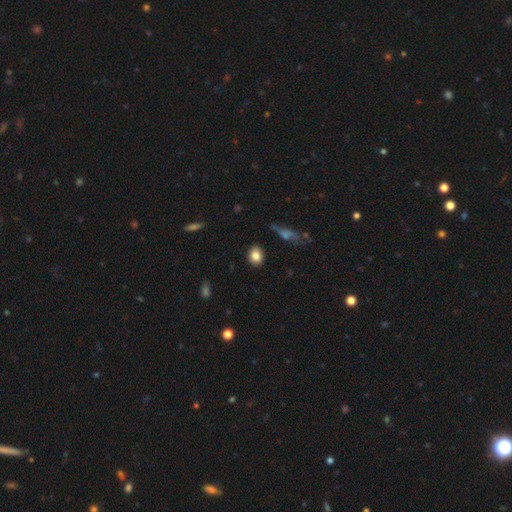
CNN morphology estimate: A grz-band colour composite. It shows a smooth galaxy with no disk features (84%) that is in between round and cigar-shaped (53%). Merging: none (86%).